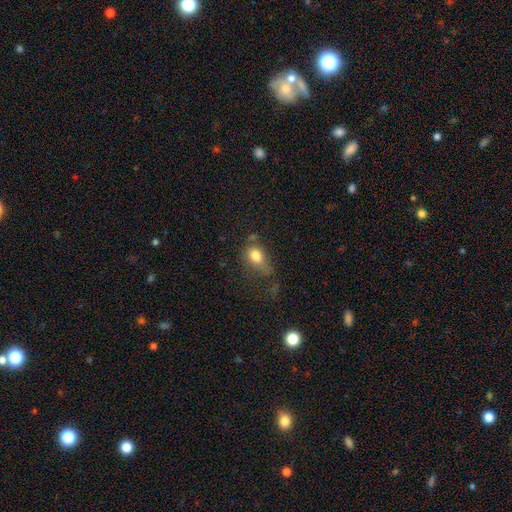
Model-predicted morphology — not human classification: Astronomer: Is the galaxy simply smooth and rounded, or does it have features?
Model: smooth — 79%.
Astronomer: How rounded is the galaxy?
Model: in between — 74%.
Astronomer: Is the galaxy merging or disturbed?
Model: none — 39% (runner-up: minor disturbance, 30%).